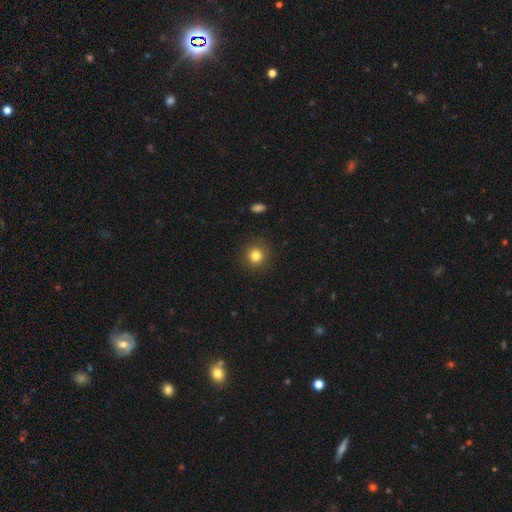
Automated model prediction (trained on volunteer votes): The model was most divided on "smooth or featured": smooth: 82%, star or artifact: 12%, featured or disk: 6%. More confident: how rounded — round (93%); merging — none (91%).